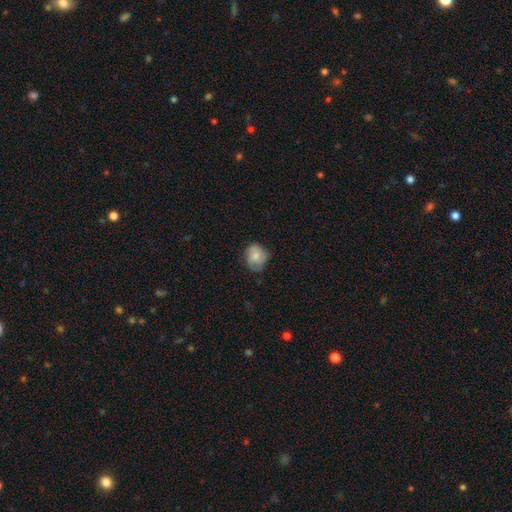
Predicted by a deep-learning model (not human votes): Q: Smooth or featured?
A: smooth (65%); runner-up: featured or disk (28%)
Q: How rounded?
A: round (70%); runner-up: in between (29%)
Q: Merging?
A: none (63%); runner-up: minor disturbance (27%)